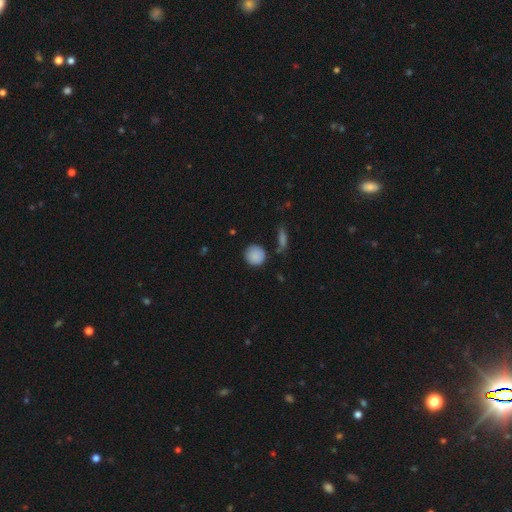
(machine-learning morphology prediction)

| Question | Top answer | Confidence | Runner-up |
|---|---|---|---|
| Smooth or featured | smooth | 87% | star or artifact (8%) |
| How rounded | round | 90% | in between (9%) |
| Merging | none | 77% | minor disturbance (14%) |